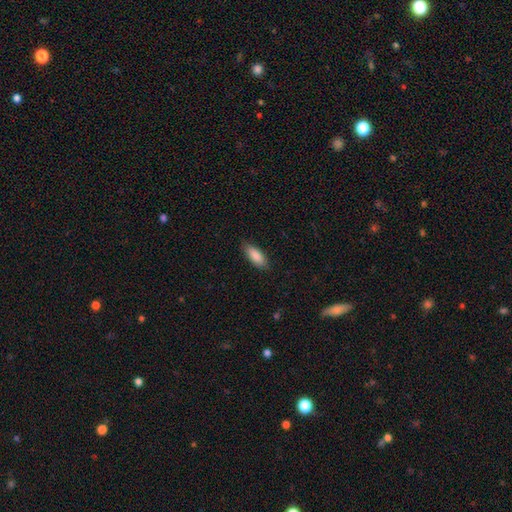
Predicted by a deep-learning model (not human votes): Smooth or featured? Predicted: smooth (p=0.88). How rounded? Predicted: in between (p=0.77). Merging? Predicted: none (p=0.84).